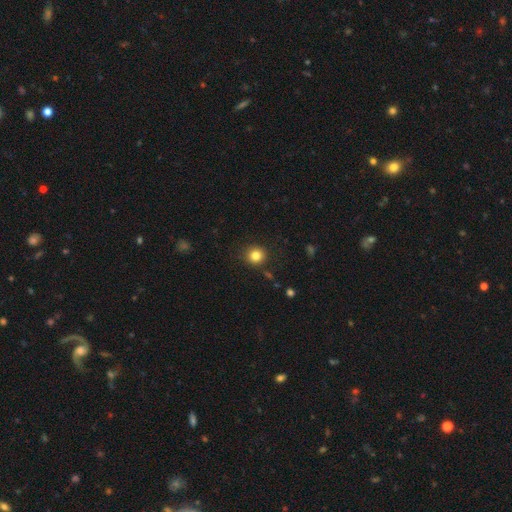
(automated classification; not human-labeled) Smooth or featured? Predicted: smooth (p=0.83). How rounded? Predicted: round (p=0.91). Merging? Predicted: none (p=0.89).